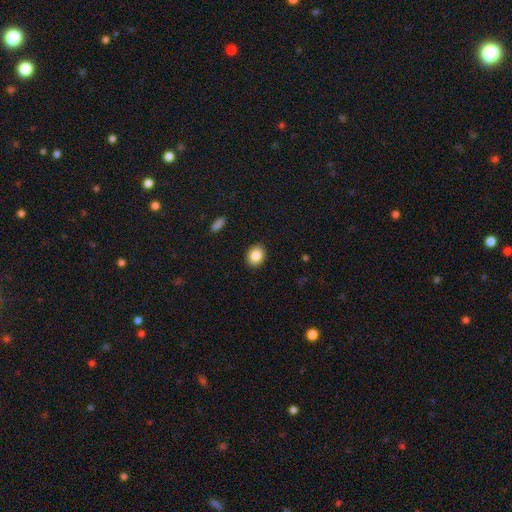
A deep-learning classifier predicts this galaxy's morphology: A smooth galaxy with no disk features (85%) that is round (51%). Merging: none (91%).